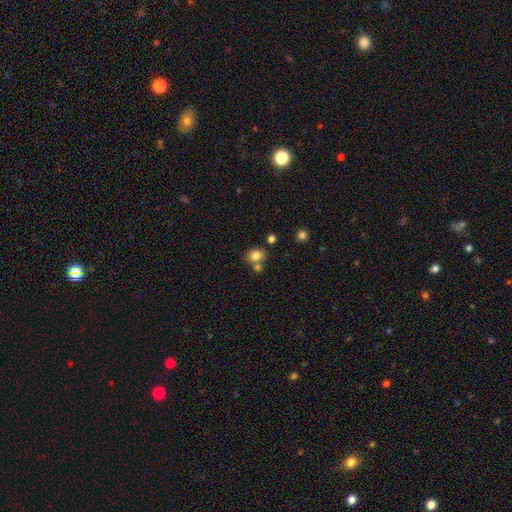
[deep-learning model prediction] Smooth or featured?
  - smooth: 81% *
  - star or artifact: 11%
  - featured or disk: 8%
How rounded?
  - round: 61% *
  - in between: 38%
  - cigar-shaped: 1%
Merging?
  - none: 59% *
  - merger: 26%
  - minor disturbance: 11%
  - major disturbance: 4%